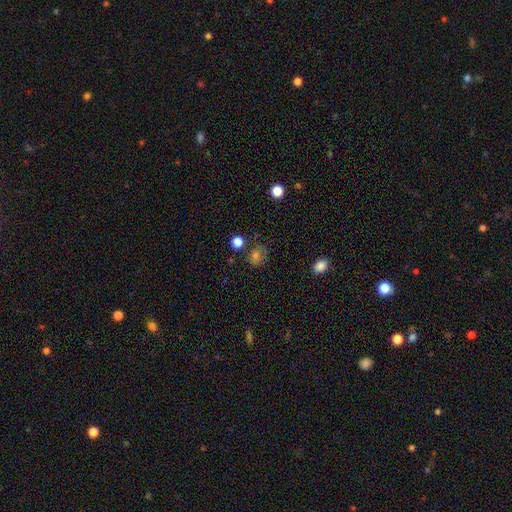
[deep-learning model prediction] Smooth or featured? smooth (71%)
How rounded? round (72%)
Merging? none (69%)